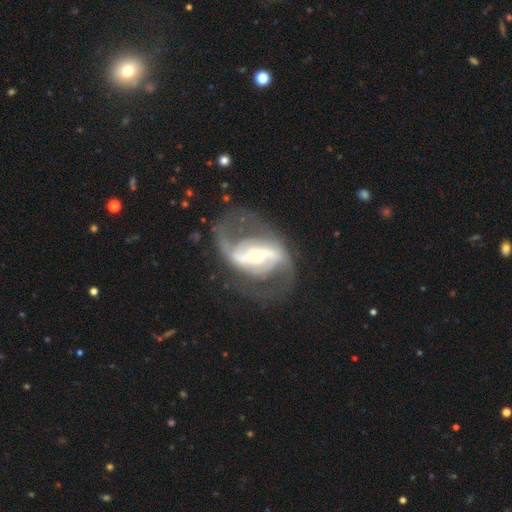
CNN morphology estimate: smooth-or-featured: featured or disk: 89% | smooth: 6% | star or artifact: 5%
  disk-edge-on: no: 96% | yes: 4%
    bar: strong: 59% | weak: 27% | no: 14%
    has-spiral-arms: yes: 92% | no: 8%
      spiral-winding: medium: 47% | loose: 38% | tight: 15%
      spiral-arm-count: 2: 88% | can't tell: 5% | 3: 3% | 1: 2% | 4: 1% | more than 4: 1%
    bulge-size: small: 54% | moderate: 38% | large: 5% | dominant: 1% | none: 1%
  merging: none: 67% | major disturbance: 17% | minor disturbance: 14% | merger: 2%